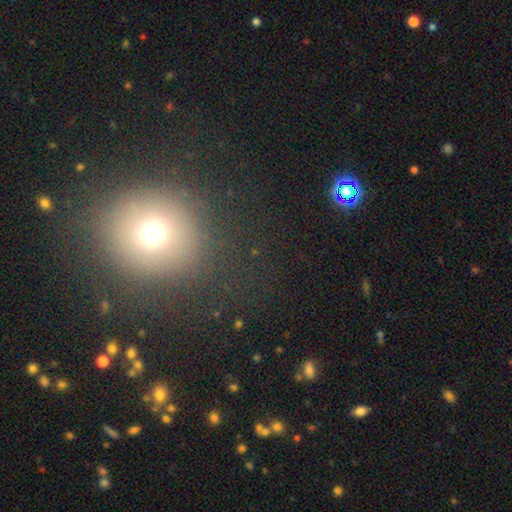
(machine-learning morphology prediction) smooth 62%, star or artifact 27%, featured or disk 11%. Down the decision tree: how rounded — round (86%); merging — none (83%).